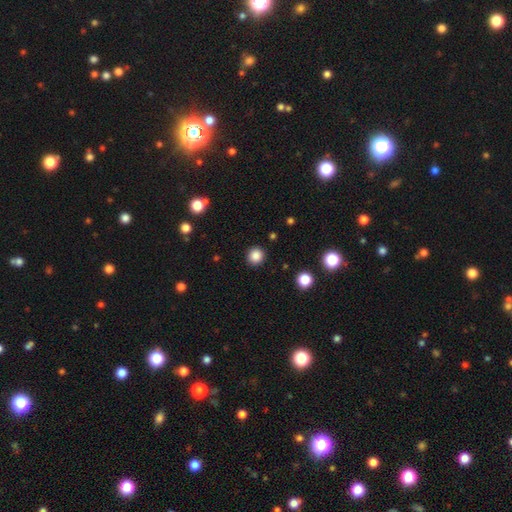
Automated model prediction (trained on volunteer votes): smooth_or_featured: smooth (p=0.86) [alt: star or artifact p=0.11]
how_rounded: round (p=0.93) [alt: in between p=0.06]
merging: none (p=0.92) [alt: minor disturbance p=0.05]